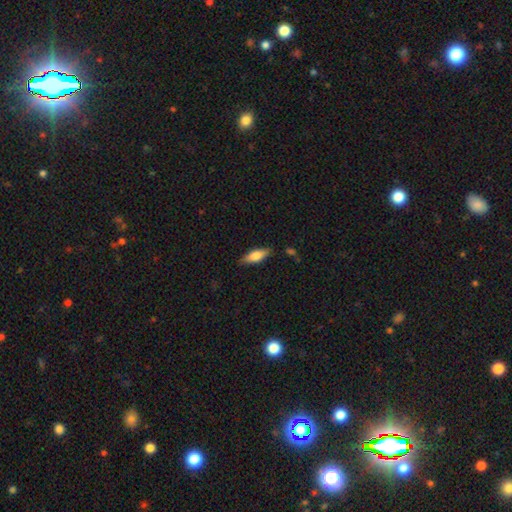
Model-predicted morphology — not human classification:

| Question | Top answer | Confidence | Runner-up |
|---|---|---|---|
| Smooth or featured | smooth | 68% | featured or disk (26%) |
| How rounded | in between | 57% | cigar-shaped (40%) |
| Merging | none | 83% | minor disturbance (12%) |